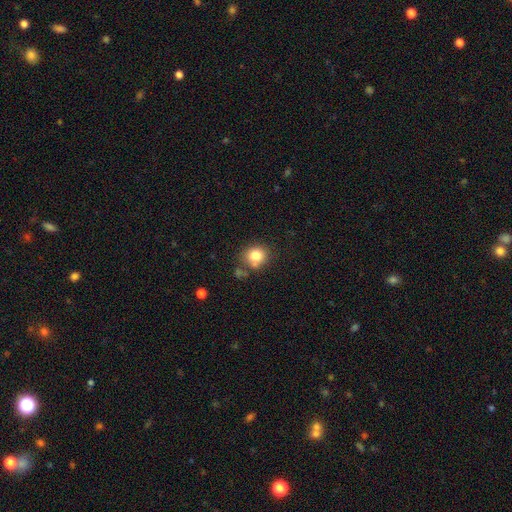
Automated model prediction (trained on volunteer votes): A smooth galaxy with no disk features (80%) that is round (76%). Merging: none (67%).